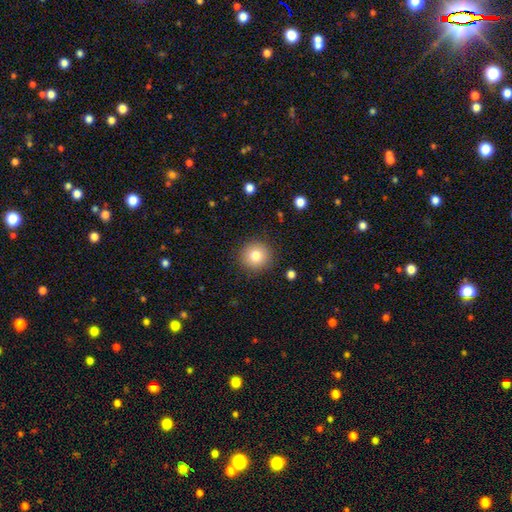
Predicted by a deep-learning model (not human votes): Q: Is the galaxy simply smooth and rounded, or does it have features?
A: smooth — 80%.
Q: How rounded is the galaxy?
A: round — 93%.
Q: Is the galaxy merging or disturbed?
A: none — 90%.